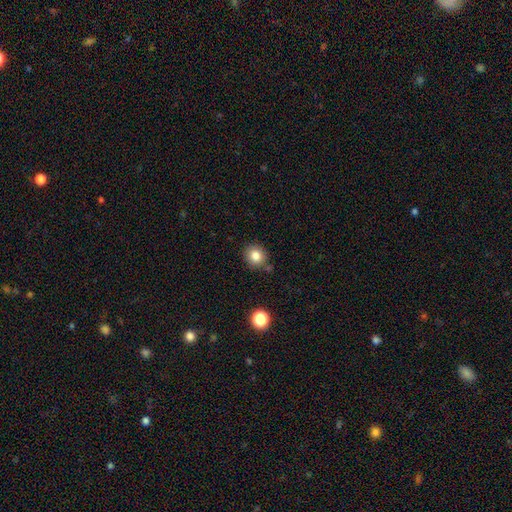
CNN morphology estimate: The model was most divided on "how rounded": round: 83%, in between: 16%, cigar-shaped: 1%. More confident: smooth or featured — smooth (82%); merging — none (82%).